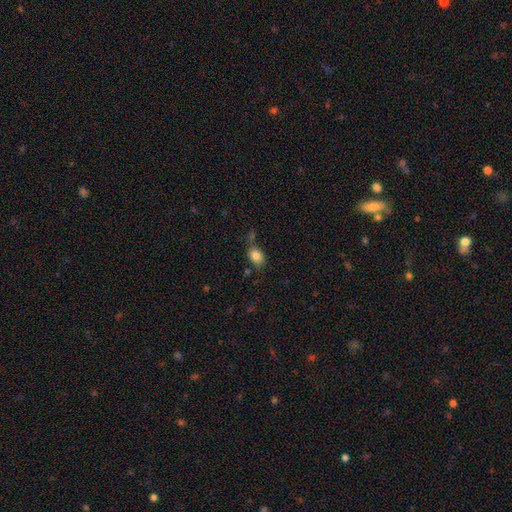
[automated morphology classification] Q: Smooth or featured?
A: smooth (84%); runner-up: star or artifact (9%)
Q: How rounded?
A: in between (71%); runner-up: round (27%)
Q: Merging?
A: none (57%); runner-up: minor disturbance (20%)